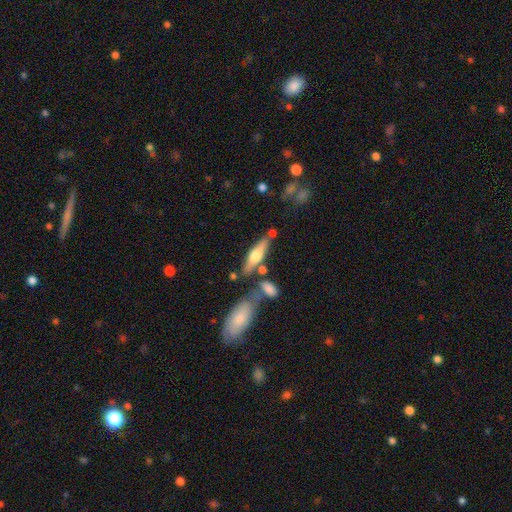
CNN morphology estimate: The model was most divided on "smooth or featured" (2-way tie): featured or disk: 47%, smooth: 47%, star or artifact: 6%. More confident: merging — none (64%).